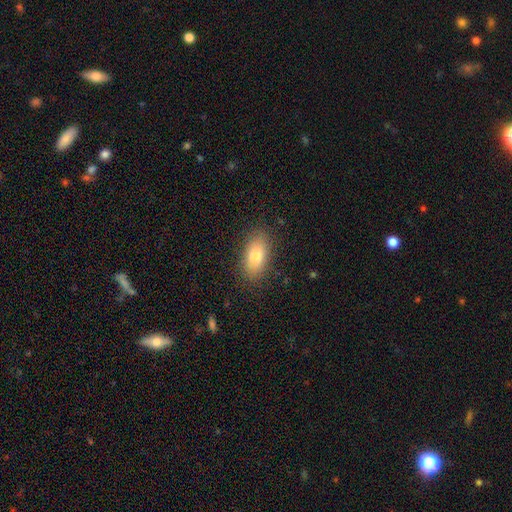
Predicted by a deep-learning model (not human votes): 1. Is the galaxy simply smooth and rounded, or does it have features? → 79% smooth, 13% featured or disk, 7% star or artifact.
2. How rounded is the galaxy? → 88% in between, 7% cigar-shaped, 5% round.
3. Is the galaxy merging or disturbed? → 86% none, 10% minor disturbance, 3% major disturbance, 1% merger.